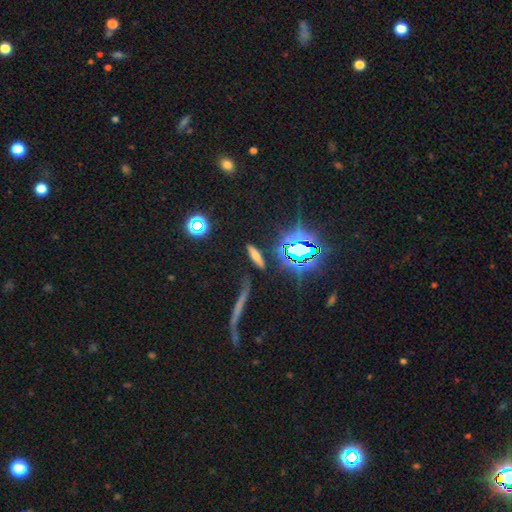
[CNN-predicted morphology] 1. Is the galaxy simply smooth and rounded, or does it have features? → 52% smooth, 27% star or artifact, 21% featured or disk.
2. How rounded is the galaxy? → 65% cigar-shaped, 29% in between, 5% round.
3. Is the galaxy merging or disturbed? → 82% none, 11% minor disturbance, 4% major disturbance, 3% merger.